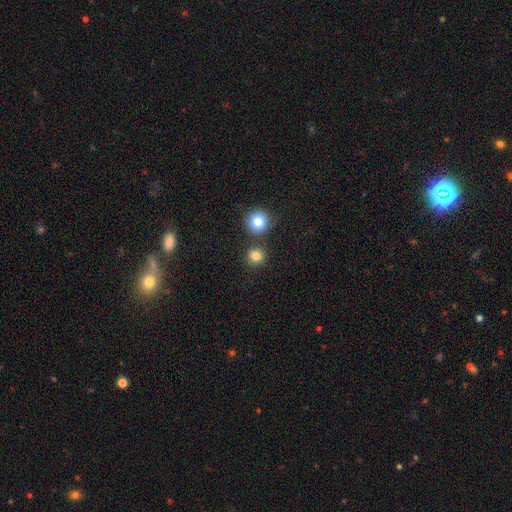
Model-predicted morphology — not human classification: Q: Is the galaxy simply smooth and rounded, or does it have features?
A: smooth — 80%.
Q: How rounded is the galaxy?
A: round — 92%.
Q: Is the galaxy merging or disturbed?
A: none — 82%.